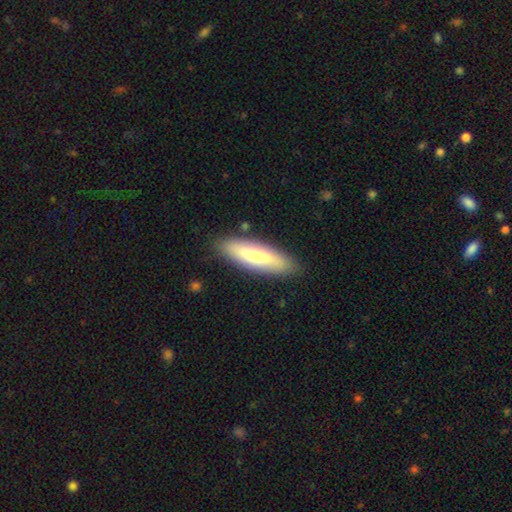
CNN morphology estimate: smooth-or-featured: smooth: 70% | featured or disk: 24% | star or artifact: 5%
  how-rounded: cigar-shaped: 56% | in between: 42% | round: 2%
  merging: none: 86% | minor disturbance: 10% | major disturbance: 2% | merger: 2%